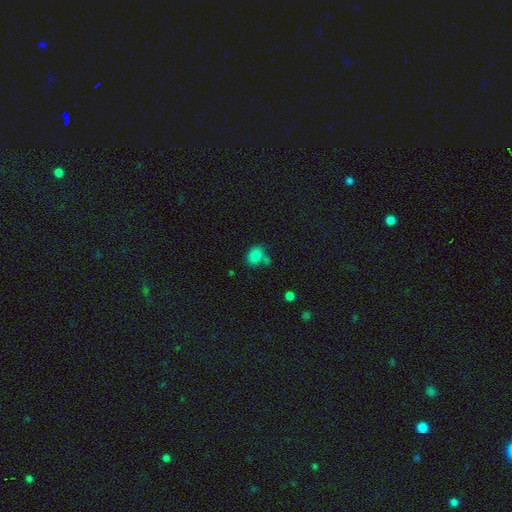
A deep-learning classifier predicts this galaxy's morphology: The model was most divided on "merging": none: 52%, merger: 22%, minor disturbance: 19%, major disturbance: 8%. More confident: smooth or featured — smooth (82%); how rounded — in between (67%).